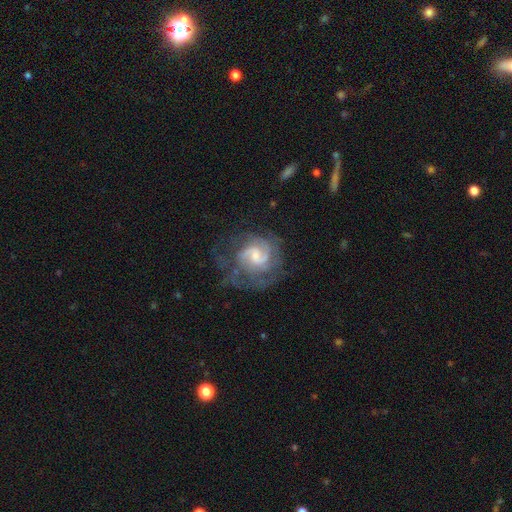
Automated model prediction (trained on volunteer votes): A featured or disk galaxy (81%) with a weak bar (54%), 2 (40%) tight (49%) spiral arms (93%) and a moderate central bulge (44%).

Vote fractions:
- Smooth or featured? featured or disk: 81% / smooth: 12% / star or artifact: 7%
- Edge-on disk? no: 98% / yes: 2%
- Bar? weak: 54% / no: 34% / strong: 12%
- Spiral arms? yes: 93% / no: 7%
- Spiral winding? tight: 49% / medium: 38% / loose: 12%
- Spiral arm count? 2: 40% / can't tell: 30% / 3: 16% / 1: 6% / 4: 5% / more than 4: 4%
- Bulge size? moderate: 44% / small: 37% / none: 10% / large: 8% / dominant: 1%
- Merging? none: 59% / minor disturbance: 20% / major disturbance: 19% / merger: 2%